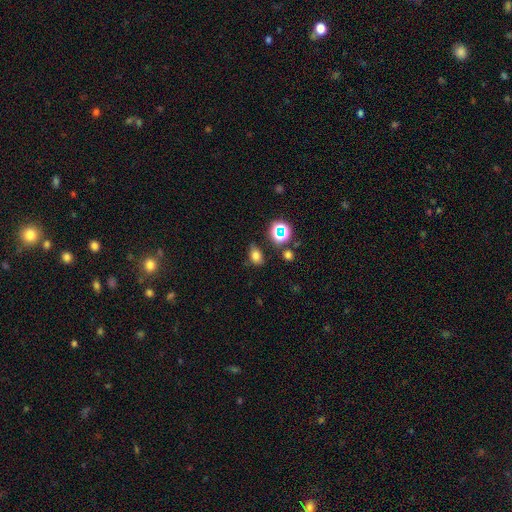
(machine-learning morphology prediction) Smooth or featured? Predicted: smooth (p=0.71). How rounded? Predicted: in between (p=0.72). Merging? Predicted: none (p=0.73).